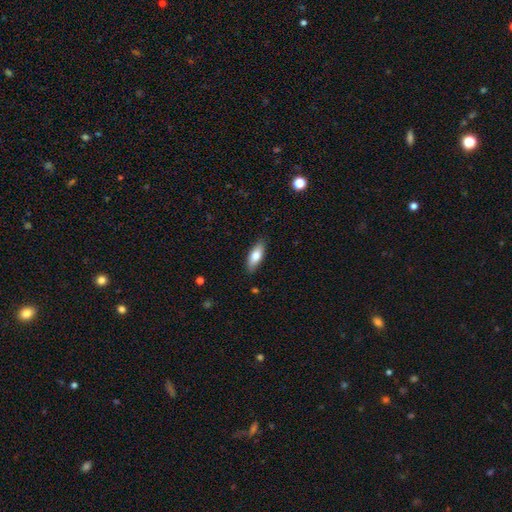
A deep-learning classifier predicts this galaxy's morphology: Smooth or featured: smooth — 77% (featured or disk — 17%)
How rounded: in between — 70% (cigar-shaped — 28%)
Merging: none — 86% (minor disturbance — 11%)